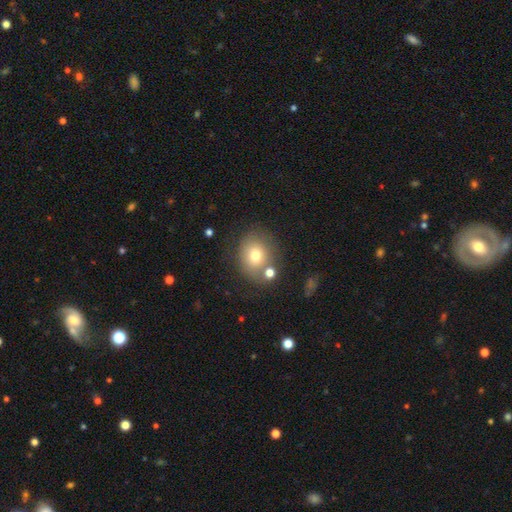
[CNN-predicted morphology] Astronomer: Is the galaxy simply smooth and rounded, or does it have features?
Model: smooth — 72%.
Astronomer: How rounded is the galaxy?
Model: round — 68%.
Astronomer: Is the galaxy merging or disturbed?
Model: none — 64%.